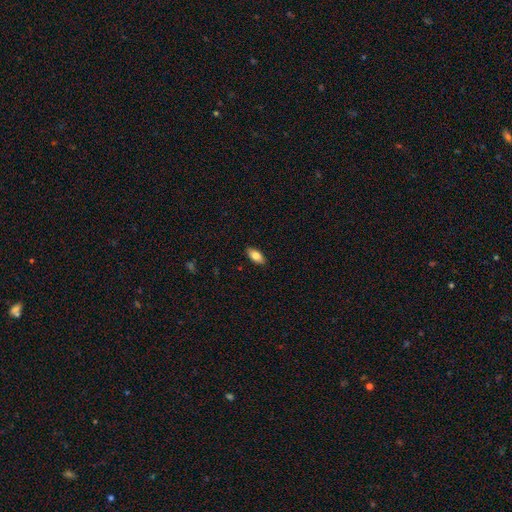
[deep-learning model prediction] A smooth galaxy with no disk features (80%) that is in between round and cigar-shaped (89%). Merging: none (89%).